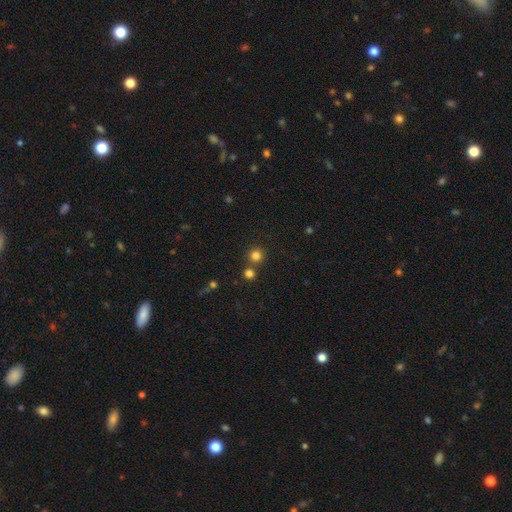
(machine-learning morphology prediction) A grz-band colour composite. It shows a smooth galaxy with no disk features (79%) that is round (94%). Merging: none (76%).